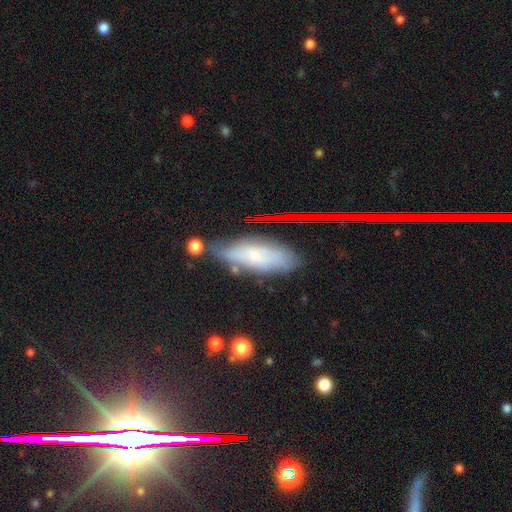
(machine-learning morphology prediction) A smooth galaxy with no disk features (56%) that is in between round and cigar-shaped (70%). Merging: none (69%).